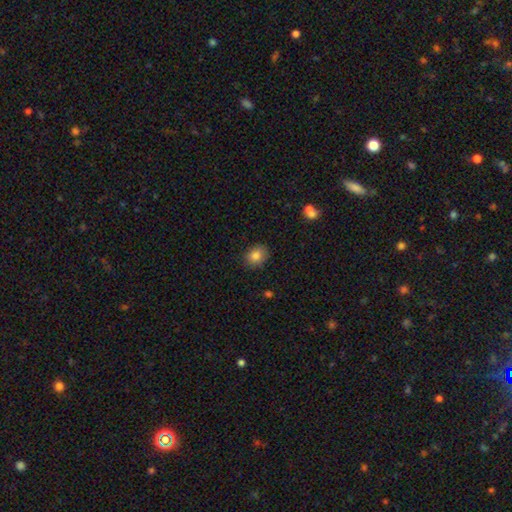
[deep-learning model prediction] A smooth galaxy with no disk features (84%) that is round (50%).

Vote fractions:
- Smooth or featured? smooth: 84% / star or artifact: 10% / featured or disk: 6%
- How rounded? round: 50% / in between: 49% / cigar-shaped: 1%
- Merging? none: 86% / minor disturbance: 10% / major disturbance: 2% / merger: 1%